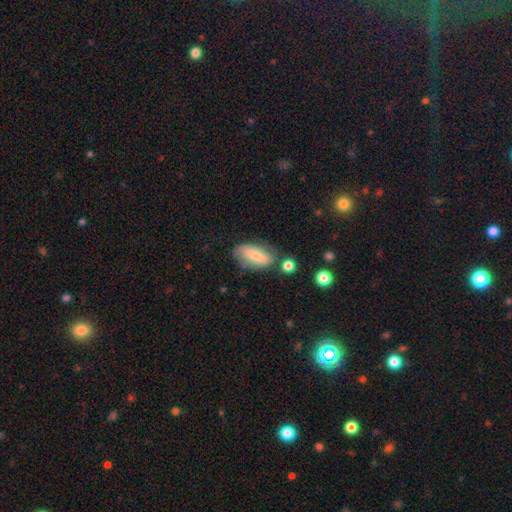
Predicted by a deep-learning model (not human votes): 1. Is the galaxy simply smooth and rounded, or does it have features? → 63% smooth, 30% featured or disk, 7% star or artifact.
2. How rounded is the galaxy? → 84% in between, 12% cigar-shaped, 4% round.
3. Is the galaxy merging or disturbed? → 63% none, 23% minor disturbance, 7% merger, 7% major disturbance.